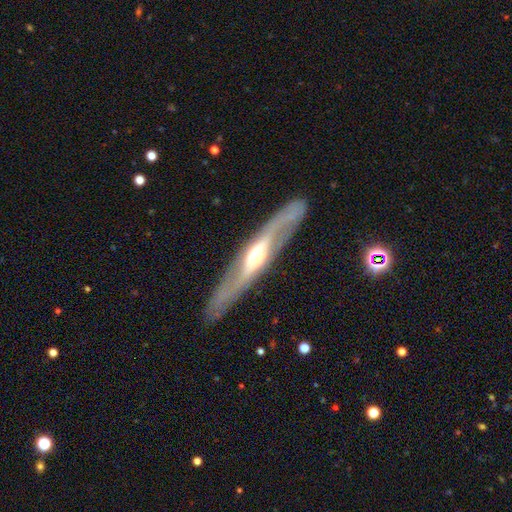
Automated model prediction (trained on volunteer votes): Smooth or featured: featured or disk — 79% (smooth — 16%)
Edge-on disk: yes — 63% (no — 37%)
Merging: none — 84% (minor disturbance — 11%)